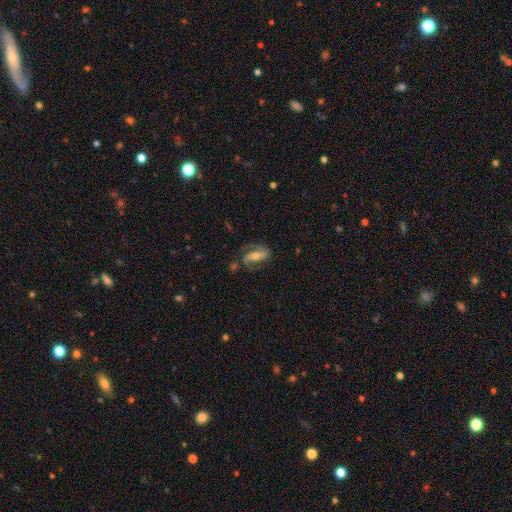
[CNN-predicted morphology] Overall: featured or disk (78%). Edge-on disk: no (93%). Bar: strong (45%; weak 30%). Spiral arms: yes (92%). Spiral arm count: 2 (85%). Spiral winding: medium (46%; loose 32%). Bulge size: moderate (52%; small 41%). Merging: none (67%).